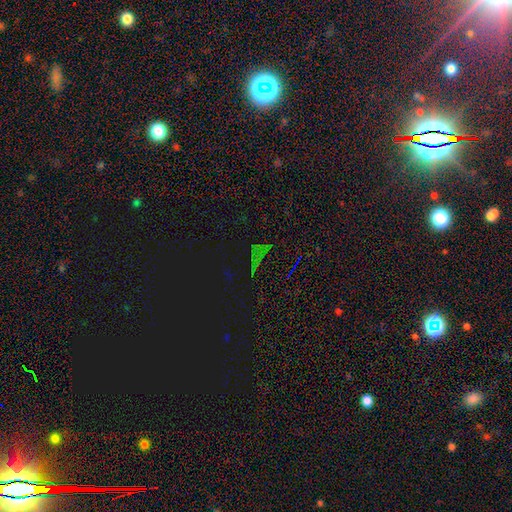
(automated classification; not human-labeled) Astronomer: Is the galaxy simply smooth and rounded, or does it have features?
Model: star or artifact — 77%.